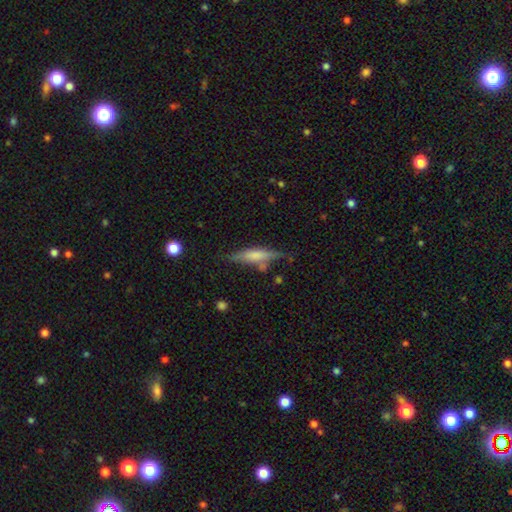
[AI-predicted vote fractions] This is possibly a smooth galaxy (52%). How rounded: likely cigar-shaped (79%). Merging: likely none (67%).